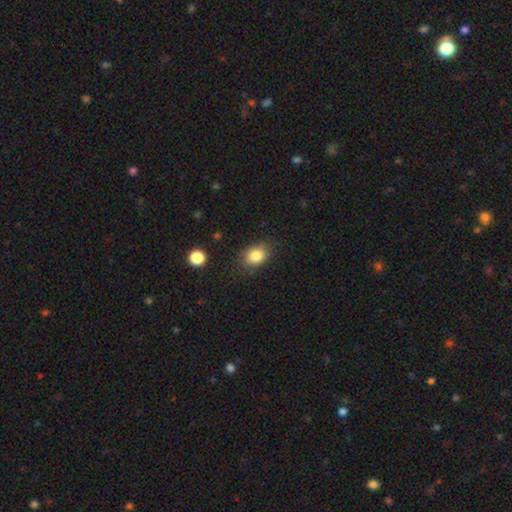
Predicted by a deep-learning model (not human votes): Overall: smooth (83%). How rounded: in between (69%). Merging: none (79%).